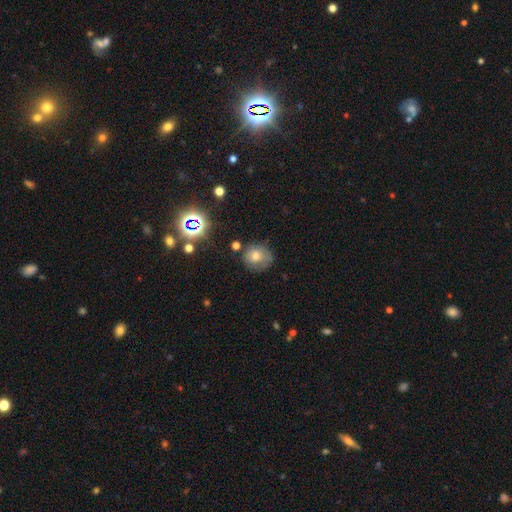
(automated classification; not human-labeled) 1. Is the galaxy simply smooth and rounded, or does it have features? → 65% smooth, 19% featured or disk, 16% star or artifact.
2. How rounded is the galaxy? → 81% round, 18% in between, 1% cigar-shaped.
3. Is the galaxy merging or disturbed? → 67% none, 22% minor disturbance, 8% major disturbance, 4% merger.